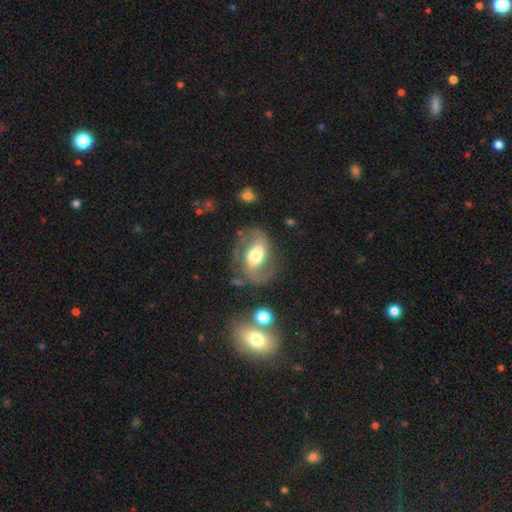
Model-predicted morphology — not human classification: Smooth or featured: featured or disk — 77% (smooth — 17%)
Edge-on disk: no — 97% (yes — 3%)
Bar: weak — 39% (no — 32%)
Spiral arms: yes — 88% (no — 12%)
Spiral winding: medium — 50% (loose — 34%)
Spiral arm count: 2 — 90% (can't tell — 4%)
Bulge size: moderate — 56% (large — 30%)
Merging: none — 68% (minor disturbance — 17%)